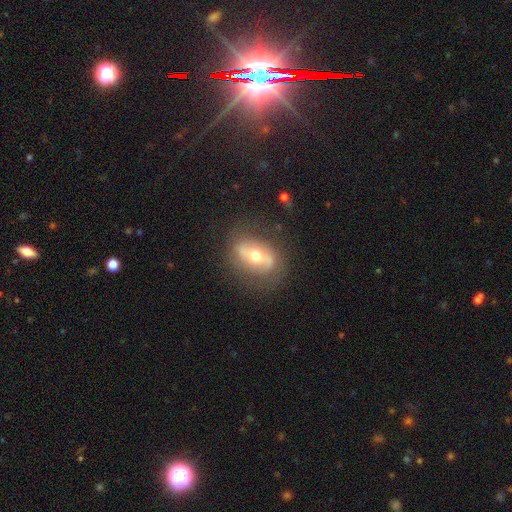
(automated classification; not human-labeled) Smooth or featured?
  - featured or disk: 58% *
  - smooth: 34%
  - star or artifact: 8%
Edge-on disk?
  - no: 91% *
  - yes: 9%
Bar?
  - no: 36% *
  - strong: 34%
  - weak: 30%
Spiral arms?
  - no: 55% *
  - yes: 45%
Bulge size?
  - moderate: 73% *
  - small: 16%
  - large: 9%
  - dominant: 1%
  - none: 1%
Merging?
  - none: 73% *
  - minor disturbance: 17%
  - major disturbance: 8%
  - merger: 2%